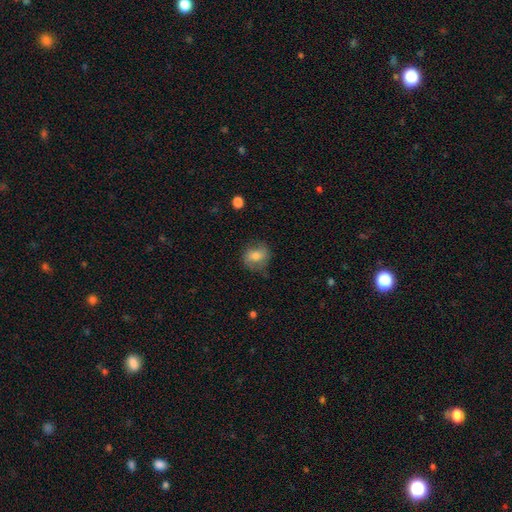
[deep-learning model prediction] smooth-or-featured: smooth: 67% | featured or disk: 24% | star or artifact: 8%
  how-rounded: round: 57% | in between: 41% | cigar-shaped: 1%
  merging: none: 69% | minor disturbance: 22% | major disturbance: 8% | merger: 1%